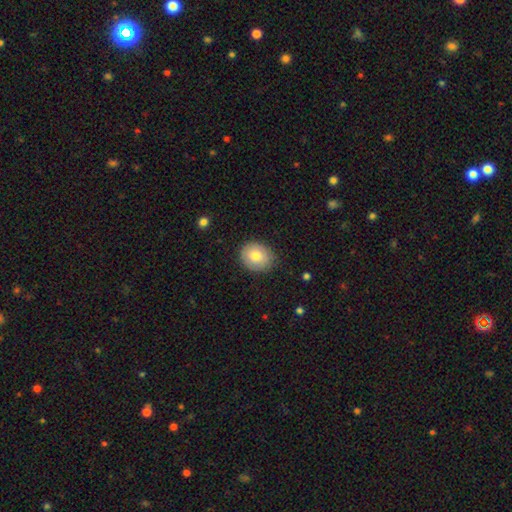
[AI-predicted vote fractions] This appears to be a smooth galaxy with no disk features (80%) that is round (59%). Merging: none (83%).